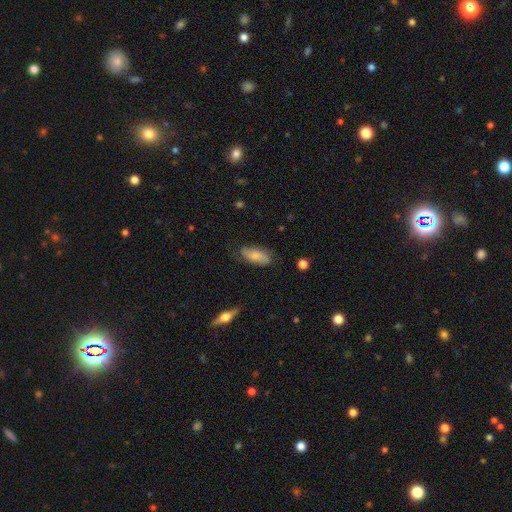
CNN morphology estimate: Overall: smooth (75%). How rounded: in between (80%). Merging: none (75%).